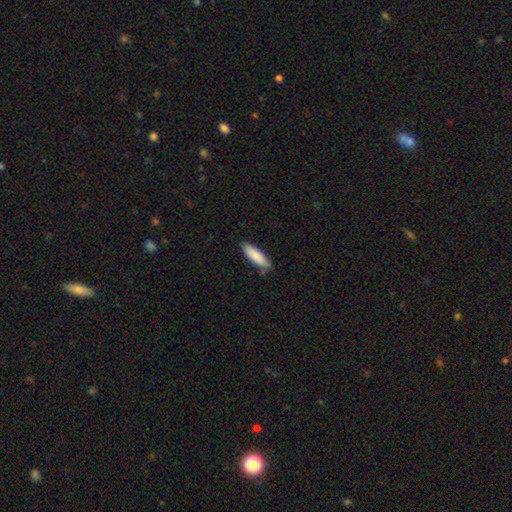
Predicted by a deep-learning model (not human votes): Morphology: type=smooth (87%); roundness=cigar-shaped (59%); merging=none (76%).